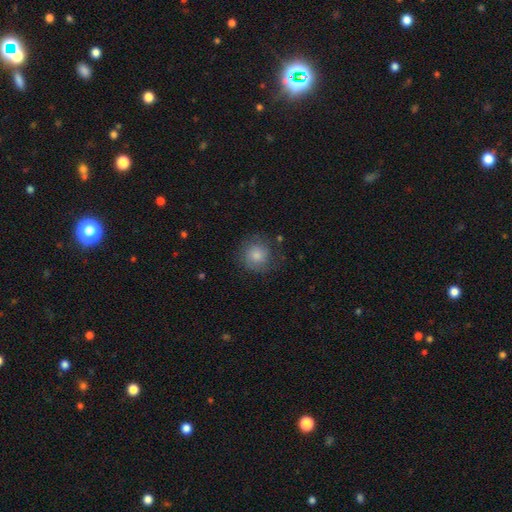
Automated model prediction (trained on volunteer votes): The model was most divided on "smooth or featured": smooth: 61%, featured or disk: 26%, star or artifact: 13%. More confident: how rounded — round (90%); merging — none (75%).